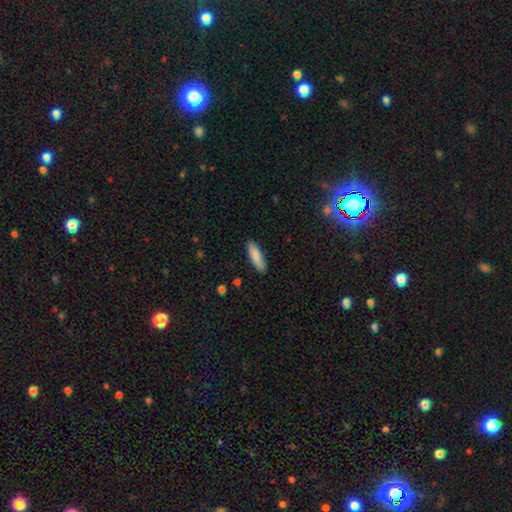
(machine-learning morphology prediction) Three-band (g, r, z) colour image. It shows a smooth galaxy with no disk features (85%) that is cigar-shaped (60%). Merging: none (87%).